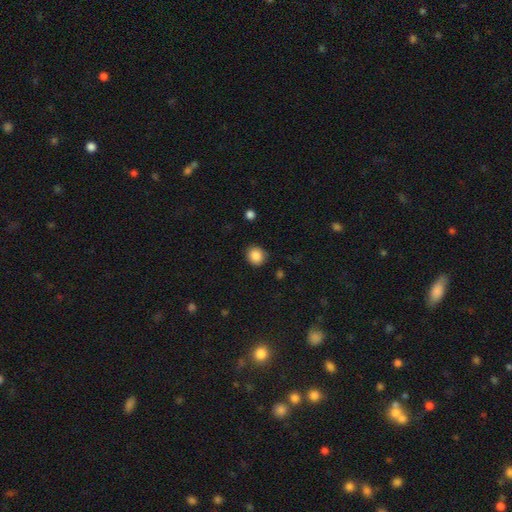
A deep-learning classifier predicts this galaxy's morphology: smooth_or_featured: smooth (p=0.87) [alt: star or artifact p=0.09]
how_rounded: round (p=0.85) [alt: in between p=0.14]
merging: none (p=0.87) [alt: minor disturbance p=0.09]